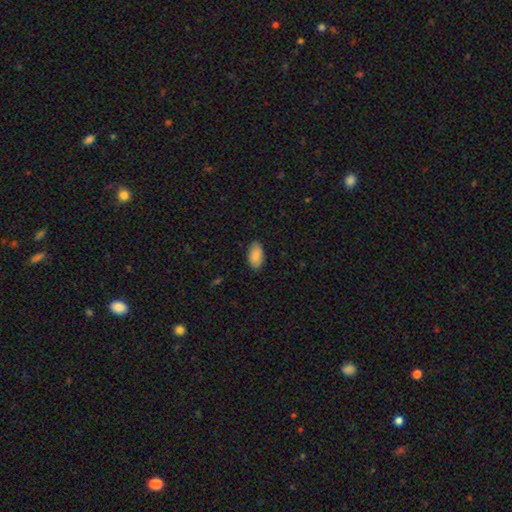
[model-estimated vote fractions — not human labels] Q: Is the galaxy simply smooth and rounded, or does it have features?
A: smooth — 88%.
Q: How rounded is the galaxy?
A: in between — 94%.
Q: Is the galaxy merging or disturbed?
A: none — 86%.